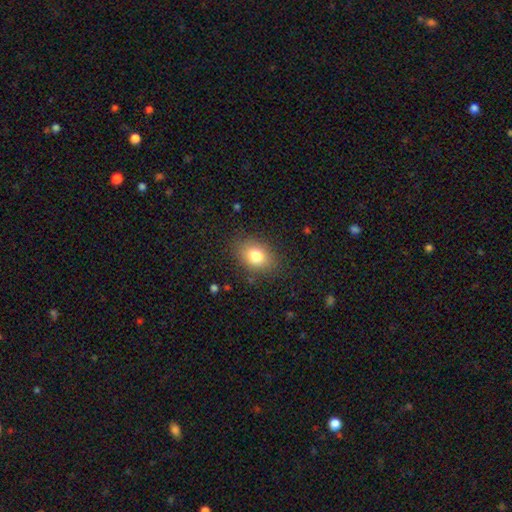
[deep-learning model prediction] smooth-or-featured: smooth: 80% | star or artifact: 10% | featured or disk: 10%
  how-rounded: in between: 69% | round: 30% | cigar-shaped: 1%
  merging: none: 84% | minor disturbance: 11% | major disturbance: 4% | merger: 1%